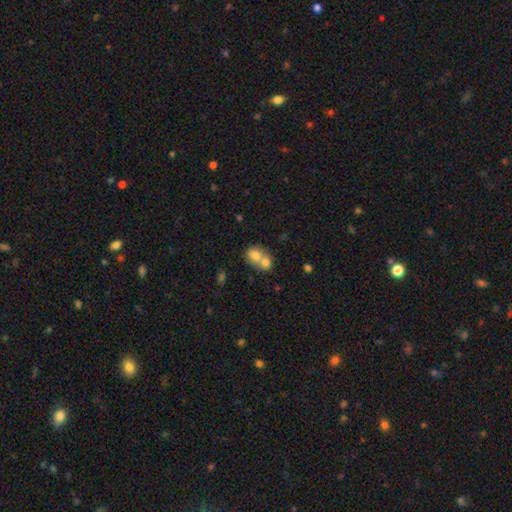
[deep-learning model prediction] Smooth or featured? smooth (75%)
How rounded? round (61%)
Merging? merger (67%)